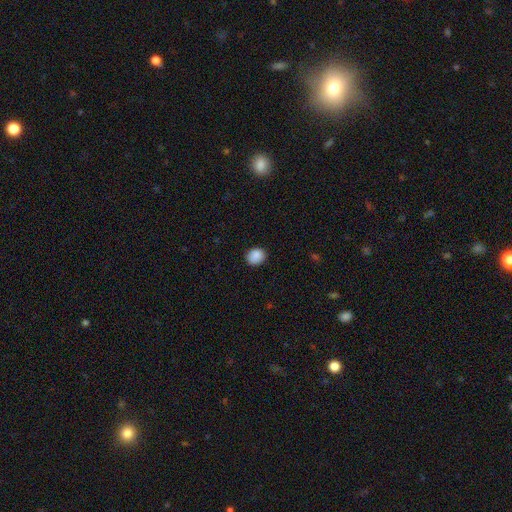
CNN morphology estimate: Q: Smooth or featured?
A: smooth (89%); runner-up: star or artifact (8%)
Q: How rounded?
A: round (63%); runner-up: in between (37%)
Q: Merging?
A: none (87%); runner-up: minor disturbance (10%)